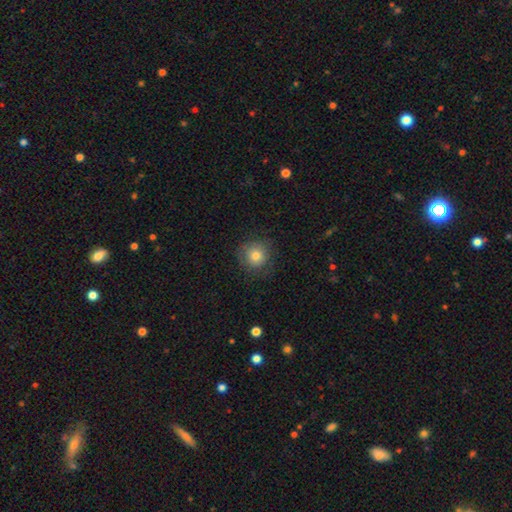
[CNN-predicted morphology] Smooth or featured? Predicted: smooth (p=0.78). How rounded? Predicted: round (p=0.93). Merging? Predicted: none (p=0.80).